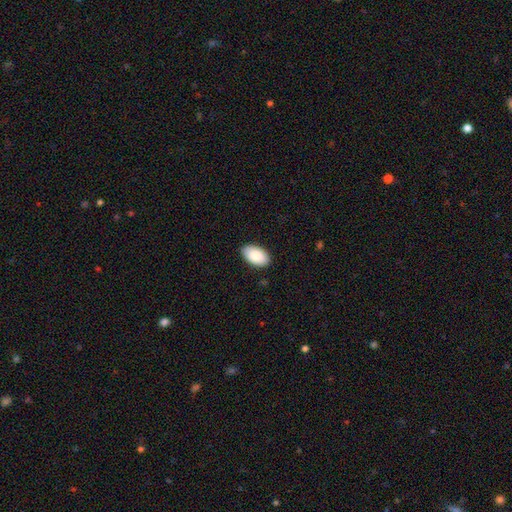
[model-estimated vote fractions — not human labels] Morphology: type=smooth (88%); roundness=in between (95%); merging=none (88%).